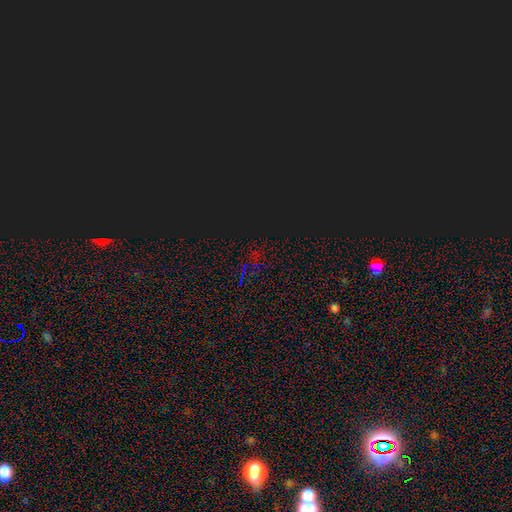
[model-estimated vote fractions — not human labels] Q: Smooth or featured?
A: star or artifact (82%); runner-up: smooth (11%)